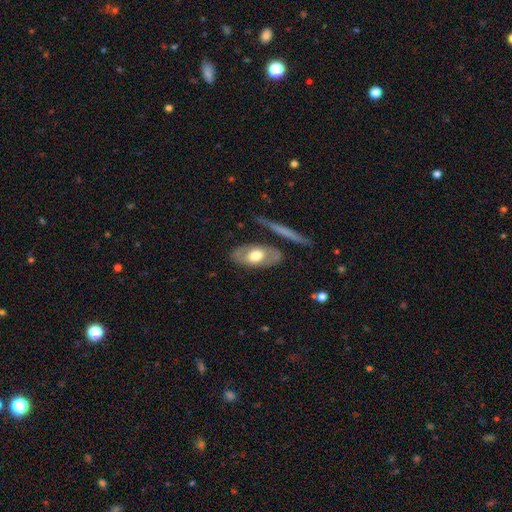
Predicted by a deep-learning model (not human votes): This appears to be a smooth galaxy with no disk features (49%). Merging: none (73%).